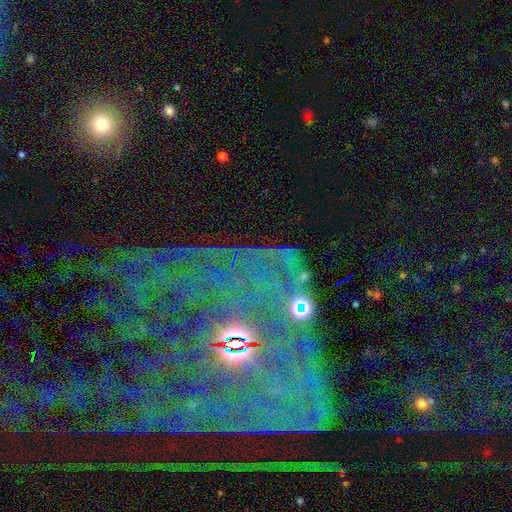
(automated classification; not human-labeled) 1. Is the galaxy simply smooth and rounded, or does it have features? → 67% star or artifact, 19% featured or disk, 13% smooth.